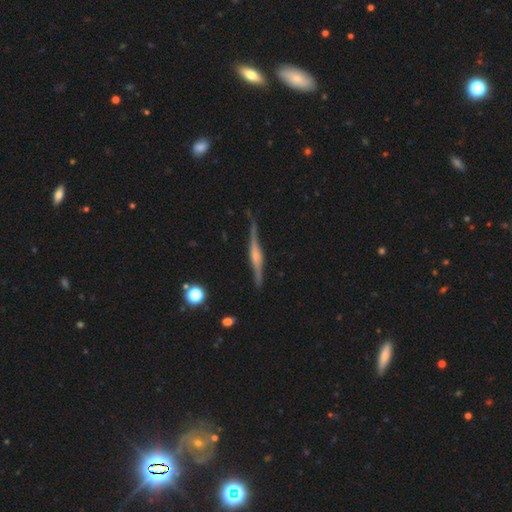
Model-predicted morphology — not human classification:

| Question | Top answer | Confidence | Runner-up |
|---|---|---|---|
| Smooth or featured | featured or disk | 76% | smooth (17%) |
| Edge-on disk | yes | 97% | no (3%) |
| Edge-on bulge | rounded | 58% | boxy (29%) |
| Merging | none | 79% | minor disturbance (16%) |